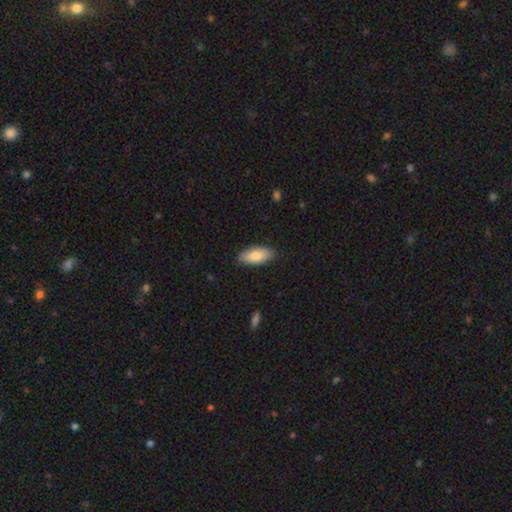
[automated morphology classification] Smooth or featured? Predicted: smooth (p=0.83). How rounded? Predicted: in between (p=0.81). Merging? Predicted: none (p=0.87).